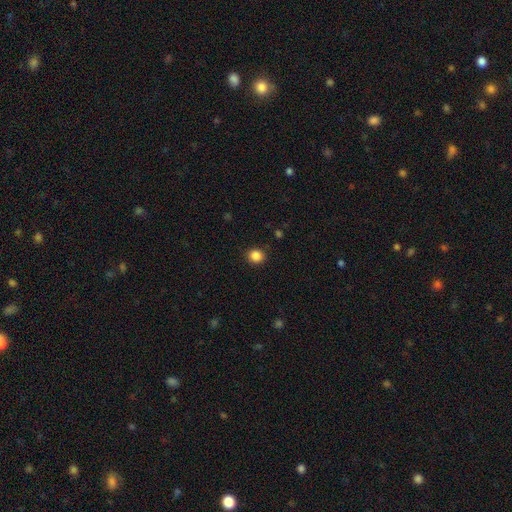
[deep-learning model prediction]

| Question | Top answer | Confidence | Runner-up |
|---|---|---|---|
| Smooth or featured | smooth | 86% | star or artifact (11%) |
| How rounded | round | 87% | in between (12%) |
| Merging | none | 89% | minor disturbance (8%) |